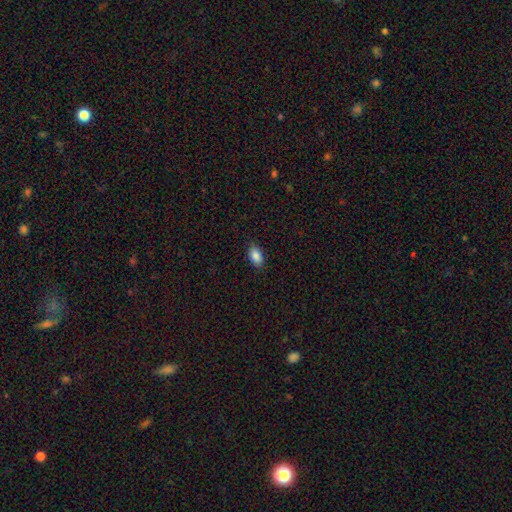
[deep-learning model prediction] The model was most divided on "merging": none: 88%, minor disturbance: 9%, major disturbance: 2%, merger: 1%. More confident: how rounded — in between (92%); smooth or featured — smooth (87%).